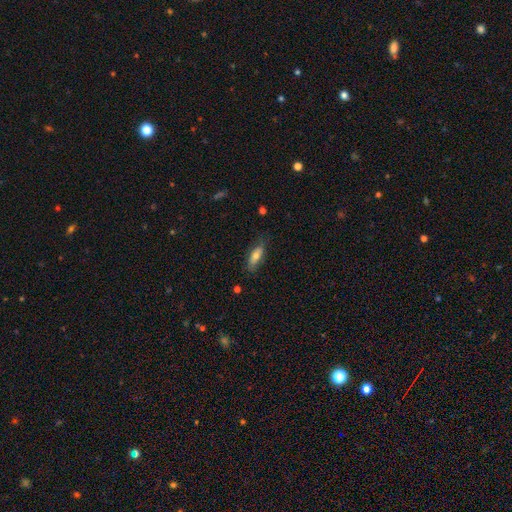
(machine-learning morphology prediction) Overall: smooth (69%). How rounded: in between (66%; cigar-shaped 32%). Merging: none (74%).